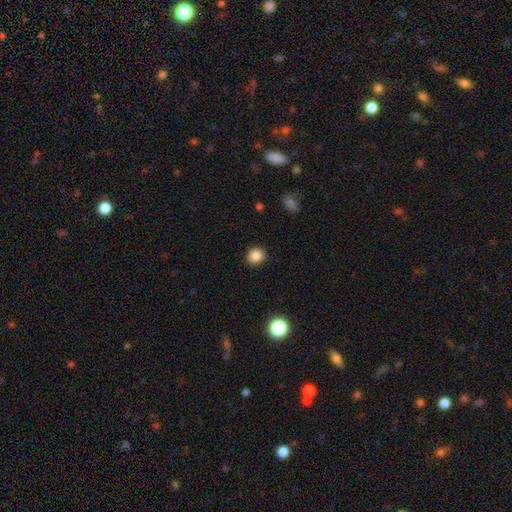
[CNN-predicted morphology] type=smooth (85%); roundness=round (86%); merging=none (91%).